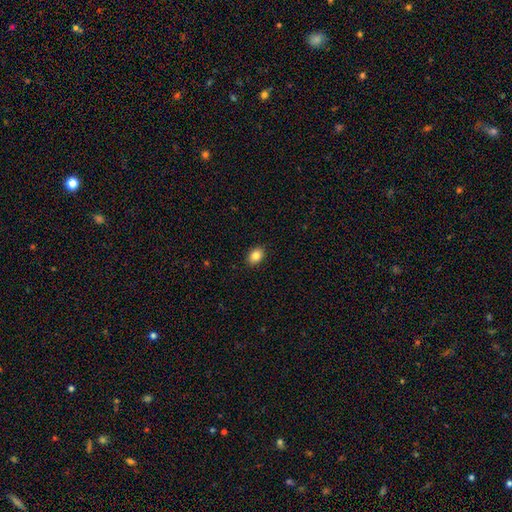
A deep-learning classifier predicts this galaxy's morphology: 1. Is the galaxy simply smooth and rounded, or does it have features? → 85% smooth, 9% star or artifact, 7% featured or disk.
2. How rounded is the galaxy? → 78% in between, 21% round, 1% cigar-shaped.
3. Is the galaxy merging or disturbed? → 90% none, 7% minor disturbance, 2% major disturbance, 1% merger.